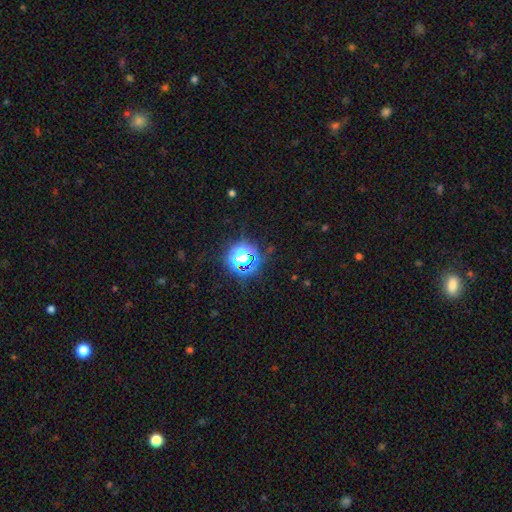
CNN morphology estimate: star or artifact 78%, smooth 16%, featured or disk 6%.